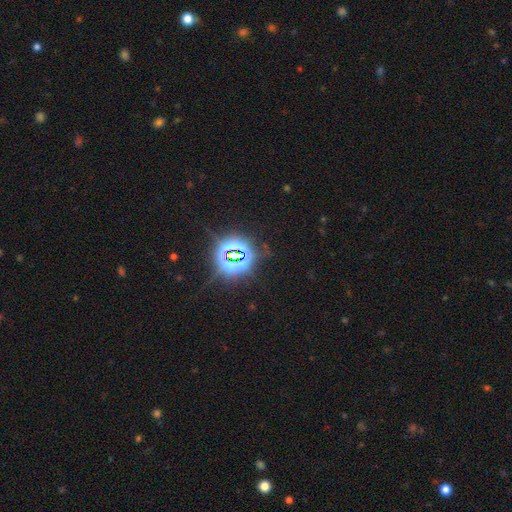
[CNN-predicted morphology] This appears to be a star or artifact, not a galaxy (83%).